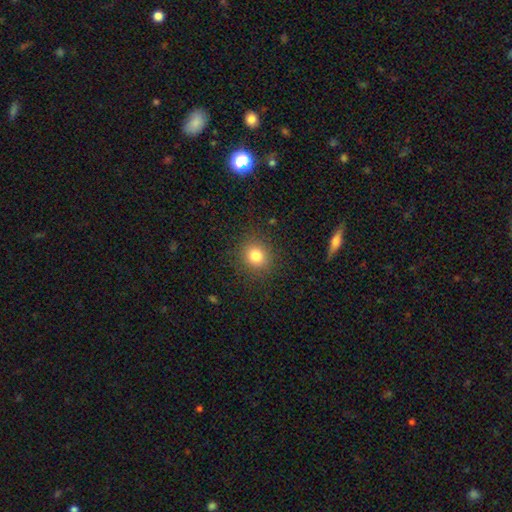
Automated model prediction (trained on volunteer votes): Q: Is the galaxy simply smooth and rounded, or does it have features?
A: smooth — 81%.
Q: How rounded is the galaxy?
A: round — 82%.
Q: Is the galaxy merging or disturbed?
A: none — 88%.